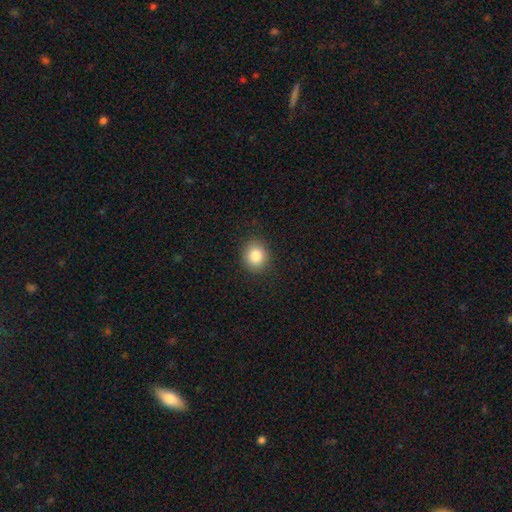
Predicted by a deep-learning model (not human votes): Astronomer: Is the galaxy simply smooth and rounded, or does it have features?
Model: smooth — 84%.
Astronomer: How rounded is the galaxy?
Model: round — 77%.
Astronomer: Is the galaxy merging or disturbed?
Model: none — 90%.